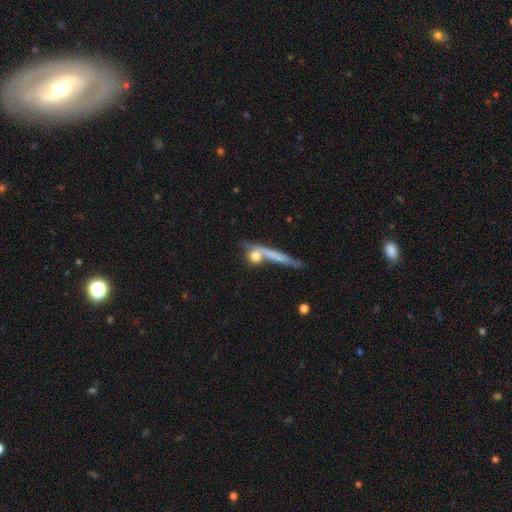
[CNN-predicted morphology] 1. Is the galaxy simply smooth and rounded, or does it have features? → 70% smooth, 21% featured or disk, 9% star or artifact.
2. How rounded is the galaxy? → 57% round, 25% cigar-shaped, 17% in between.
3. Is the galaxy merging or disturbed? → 49% none, 29% merger, 13% minor disturbance, 9% major disturbance.